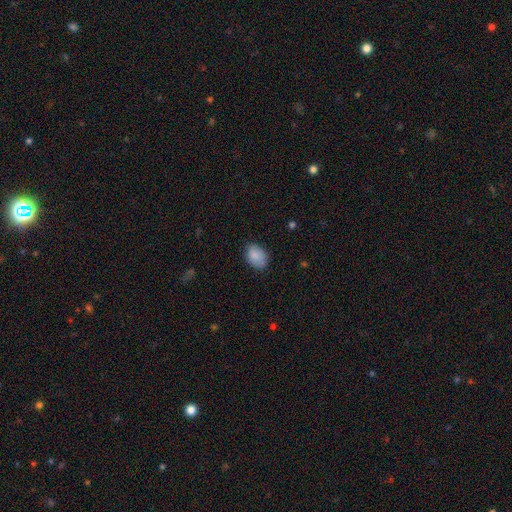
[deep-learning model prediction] smooth_or_featured: smooth (p=0.87) [alt: star or artifact p=0.07]
how_rounded: in between (p=0.78) [alt: round p=0.21]
merging: none (p=0.76) [alt: minor disturbance p=0.20]